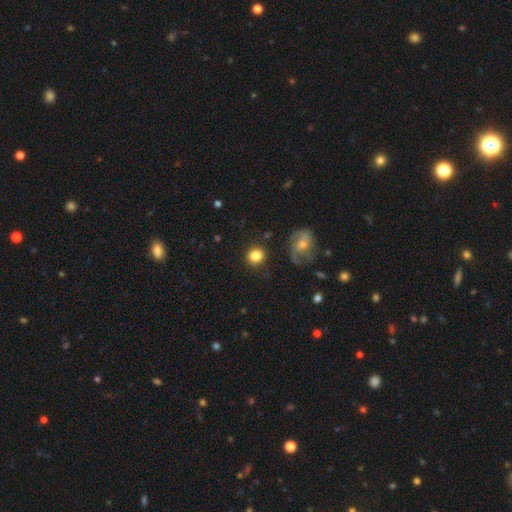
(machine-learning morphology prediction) smooth 83%, star or artifact 10%, featured or disk 7%. Down the decision tree: how rounded — round (83%); merging — none (86%).